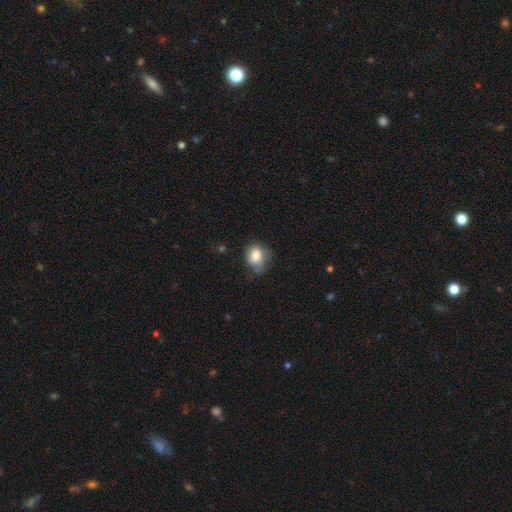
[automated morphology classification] smooth 79%, featured or disk 12%, star or artifact 9%. Down the decision tree: how rounded — round (53%); merging — none (47%).